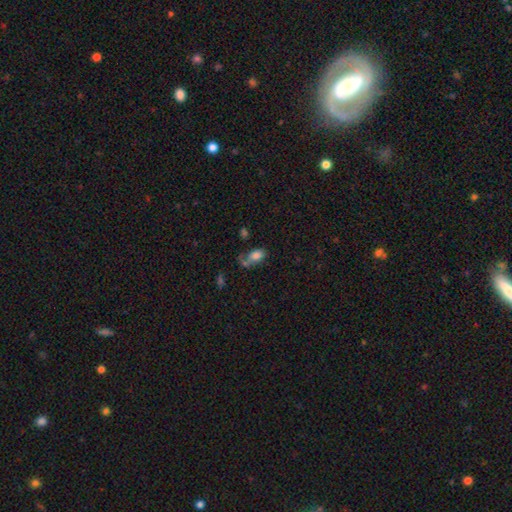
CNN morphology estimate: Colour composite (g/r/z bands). It shows a smooth galaxy with no disk features (77%) that is in between round and cigar-shaped (87%). Merging: none (36%).